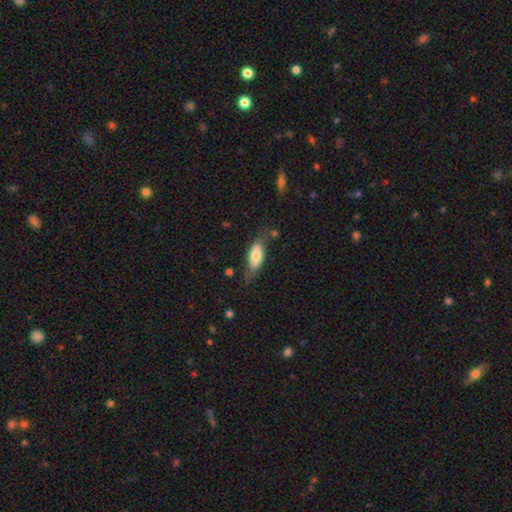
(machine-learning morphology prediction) This is likely a smooth galaxy (67%). How rounded: likely in between (74%). Merging: possibly none (59%).